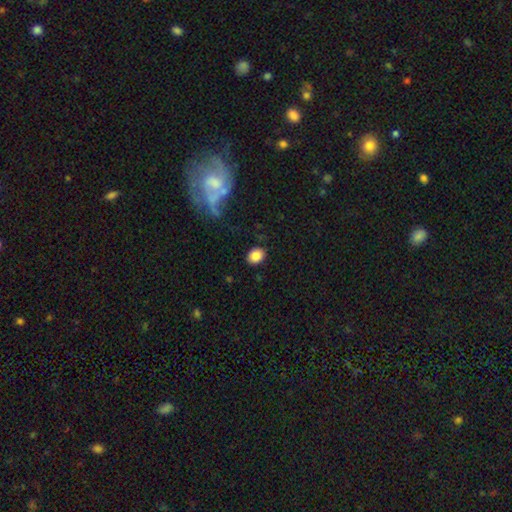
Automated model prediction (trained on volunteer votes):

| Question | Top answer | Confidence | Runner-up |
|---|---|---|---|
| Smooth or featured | smooth | 84% | star or artifact (9%) |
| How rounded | in between | 55% | round (44%) |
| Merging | none | 85% | minor disturbance (10%) |